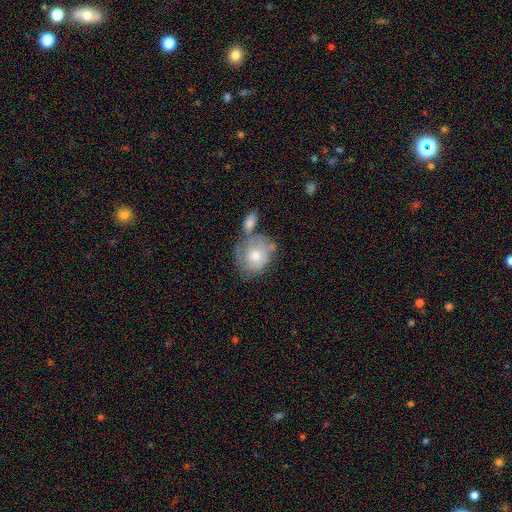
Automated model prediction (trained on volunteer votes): This appears to be a smooth galaxy with no disk features (55%) that is round (71%). Merging: none (38%).